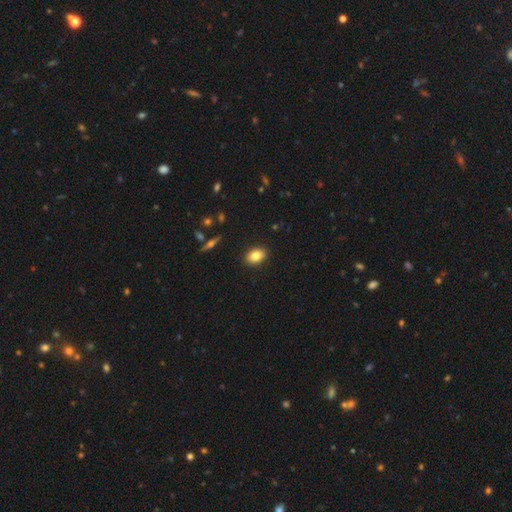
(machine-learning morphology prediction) Smooth or featured? Predicted: smooth (p=0.84). How rounded? Predicted: in between (p=0.80). Merging? Predicted: none (p=0.90).